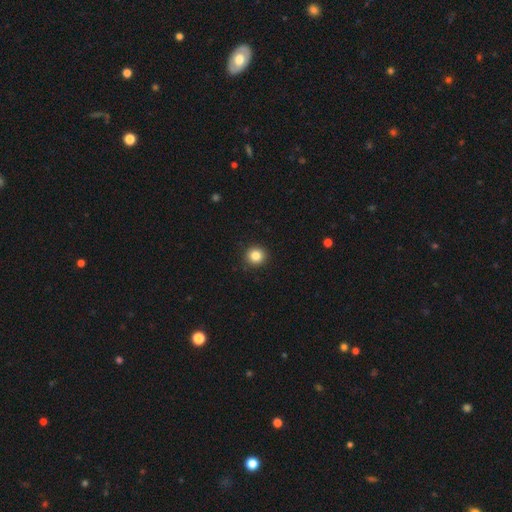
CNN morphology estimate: A smooth galaxy with no disk features (85%) that is round (94%). Merging: none (93%).